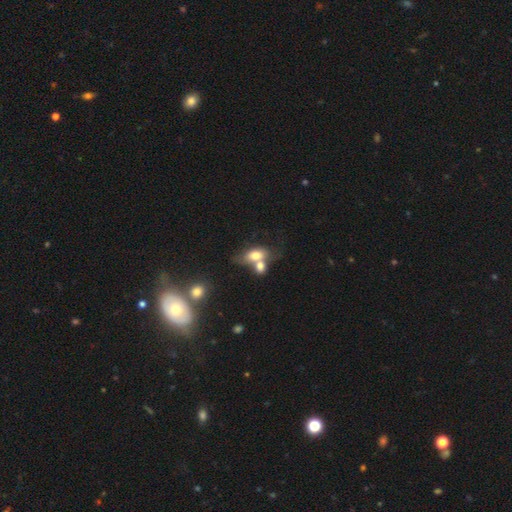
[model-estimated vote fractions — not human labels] Overall: smooth (69%). How rounded: in between (79%). Merging: merger (60%; none 24%).